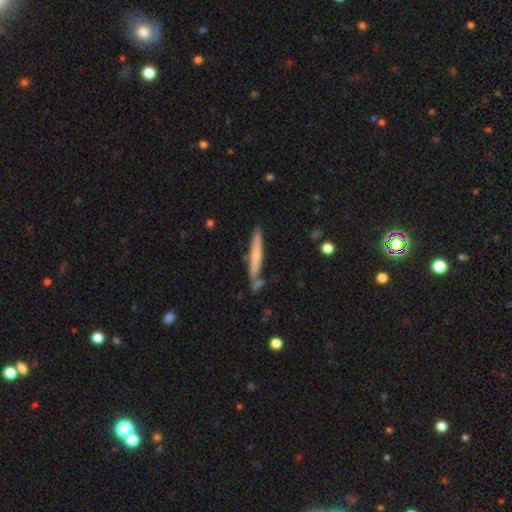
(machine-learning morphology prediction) smooth-or-featured: smooth: 53% | featured or disk: 41% | star or artifact: 6%
  how-rounded: cigar-shaped: 95% | in between: 4% | round: 1%
  merging: none: 76% | minor disturbance: 14% | merger: 7% | major disturbance: 3%